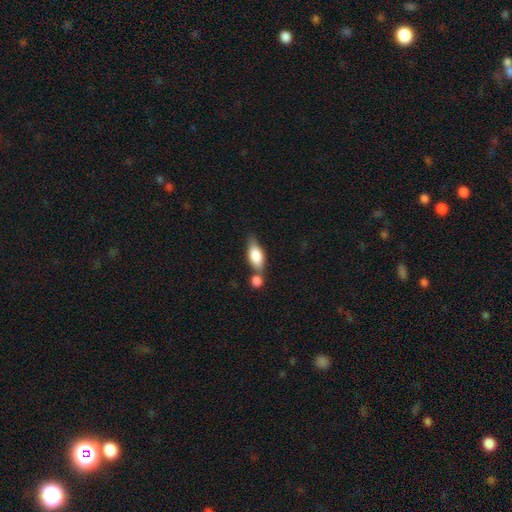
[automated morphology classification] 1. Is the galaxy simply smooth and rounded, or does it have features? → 74% smooth, 19% featured or disk, 7% star or artifact.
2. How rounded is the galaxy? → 78% in between, 17% cigar-shaped, 5% round.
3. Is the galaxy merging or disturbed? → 41% merger, 39% none, 15% minor disturbance, 5% major disturbance.